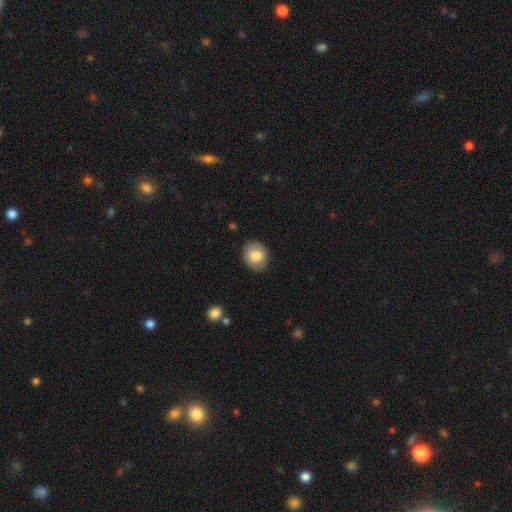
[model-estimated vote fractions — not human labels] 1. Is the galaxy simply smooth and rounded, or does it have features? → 81% smooth, 12% featured or disk, 7% star or artifact.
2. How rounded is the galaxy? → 54% round, 45% in between, 1% cigar-shaped.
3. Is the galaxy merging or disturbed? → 86% none, 10% minor disturbance, 2% major disturbance, 1% merger.